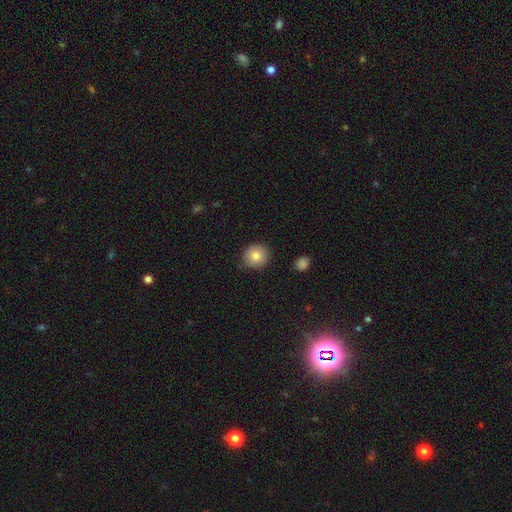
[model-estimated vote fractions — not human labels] Morphology: type=smooth (83%); roundness=round (91%); merging=none (85%).